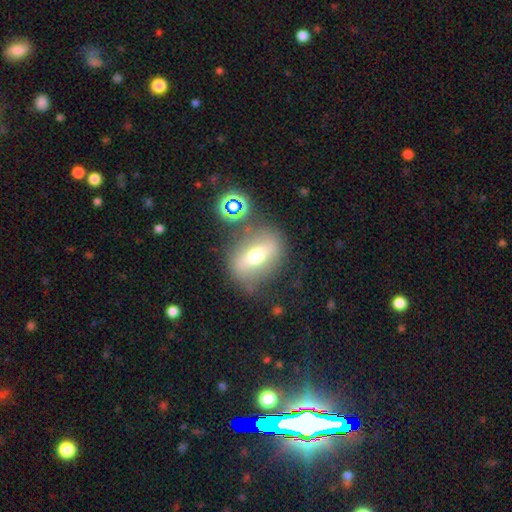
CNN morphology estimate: Smooth or featured? featured or disk (46%)
Merging? none (71%)